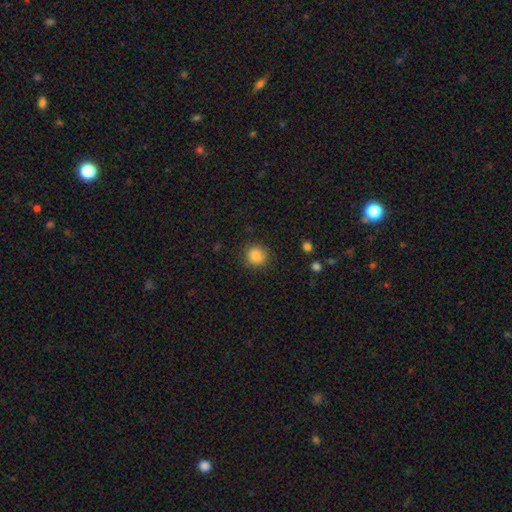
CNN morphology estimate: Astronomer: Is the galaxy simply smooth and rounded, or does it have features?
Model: smooth — 86%.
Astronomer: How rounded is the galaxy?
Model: round — 88%.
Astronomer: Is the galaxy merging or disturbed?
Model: none — 87%.